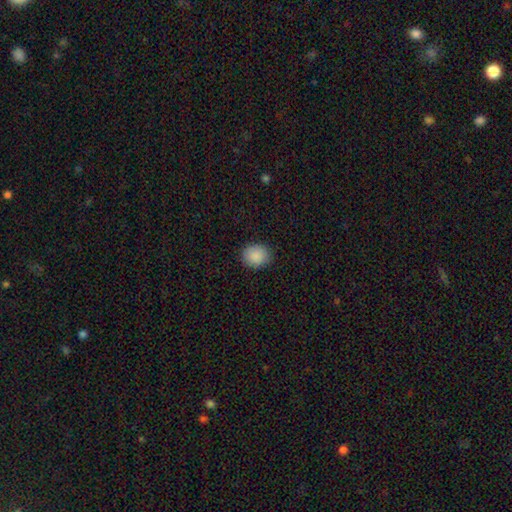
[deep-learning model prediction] Overall: smooth (88%). How rounded: round (60%; in between 39%). Merging: none (86%).